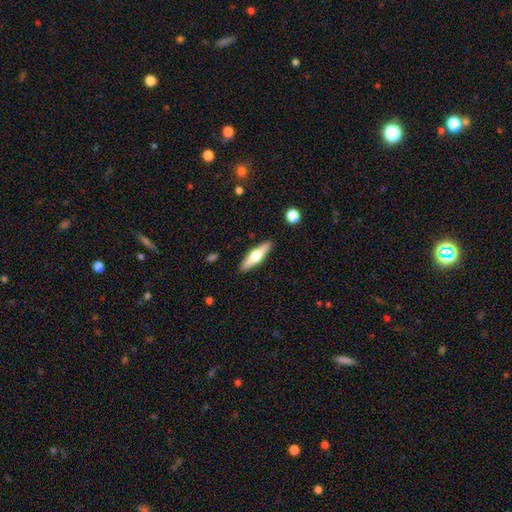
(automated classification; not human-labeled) This appears to be a featured or disk galaxy (48%). Merging: none (90%).